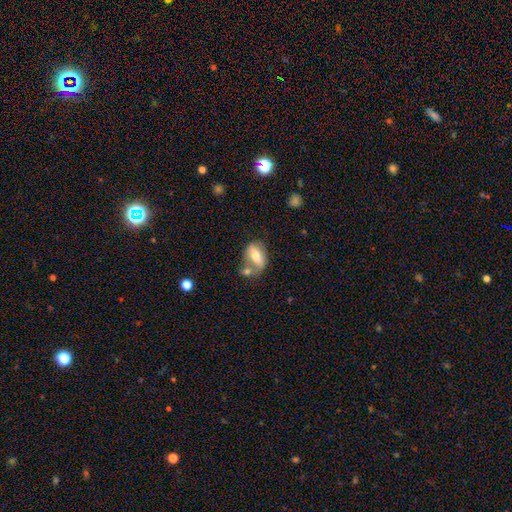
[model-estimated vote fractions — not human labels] Smooth or featured? smooth (59%)
How rounded? in between (81%)
Merging? none (44%)